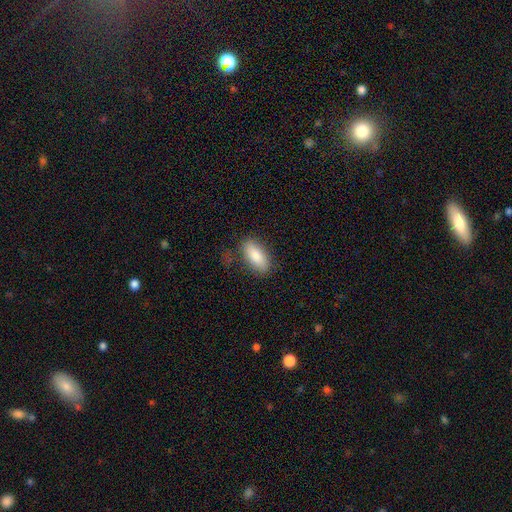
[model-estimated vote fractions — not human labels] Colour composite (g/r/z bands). It shows a smooth galaxy with no disk features (84%) that is in between round and cigar-shaped (85%). Merging: none (75%).